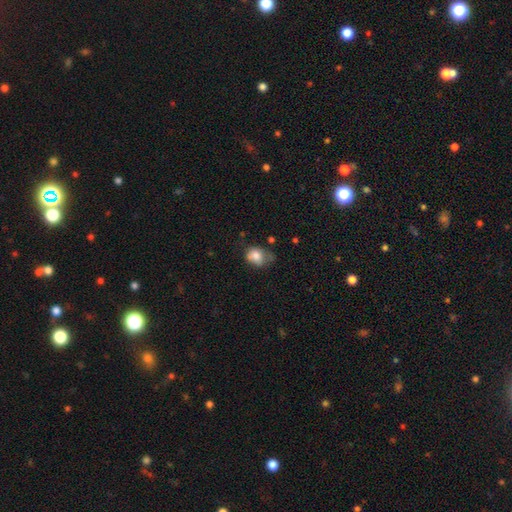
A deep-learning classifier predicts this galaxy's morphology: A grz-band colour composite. It shows a smooth galaxy with no disk features (76%) that is in between round and cigar-shaped (60%). Merging: minor disturbance (37%).